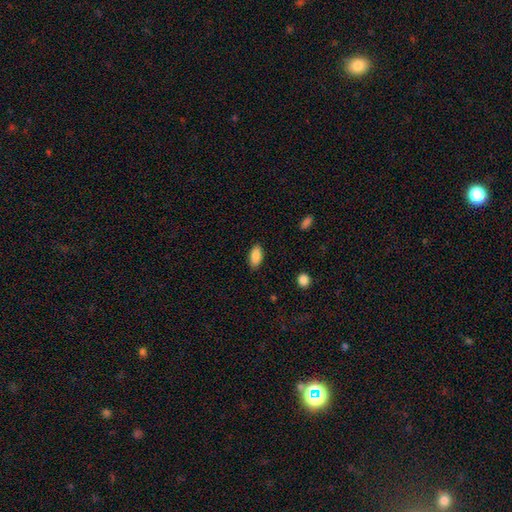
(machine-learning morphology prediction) Q: Smooth or featured?
A: smooth (88%); runner-up: star or artifact (7%)
Q: How rounded?
A: in between (90%); runner-up: cigar-shaped (7%)
Q: Merging?
A: none (87%); runner-up: minor disturbance (9%)